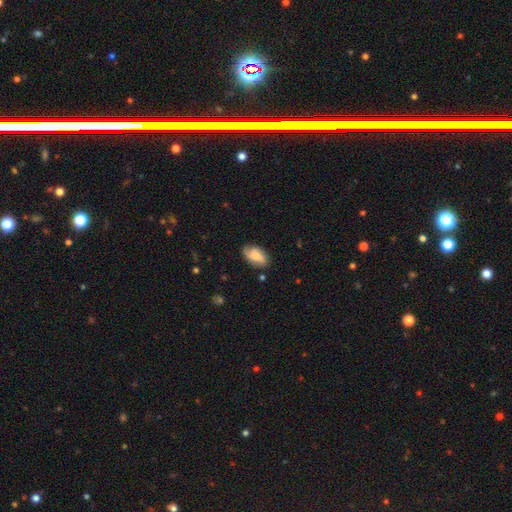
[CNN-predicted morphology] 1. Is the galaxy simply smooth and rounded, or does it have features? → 59% smooth, 33% featured or disk, 8% star or artifact.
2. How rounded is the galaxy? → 91% in between, 6% round, 3% cigar-shaped.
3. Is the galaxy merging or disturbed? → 74% none, 20% minor disturbance, 5% major disturbance, 2% merger.